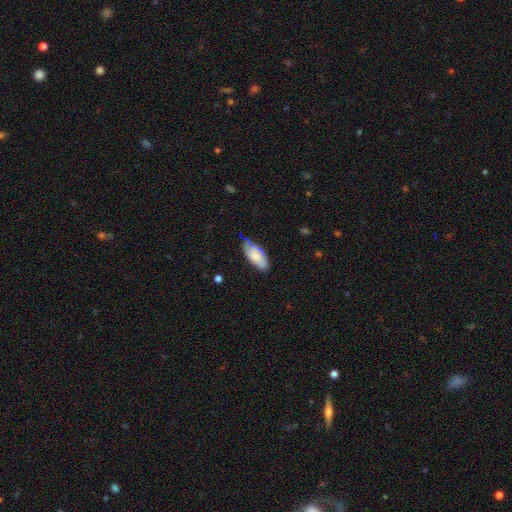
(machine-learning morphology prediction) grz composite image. It shows a smooth galaxy with no disk features (70%) that is in between round and cigar-shaped (89%). Merging: none (65%).